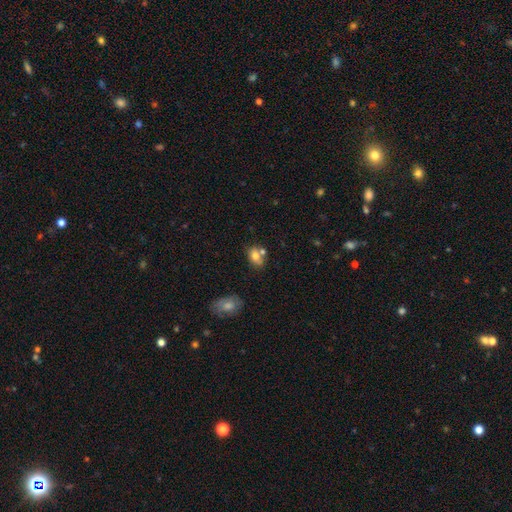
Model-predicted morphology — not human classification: smooth 74%, featured or disk 16%, star or artifact 10%. Down the decision tree: how rounded — in between (75%); merging — none (49%).